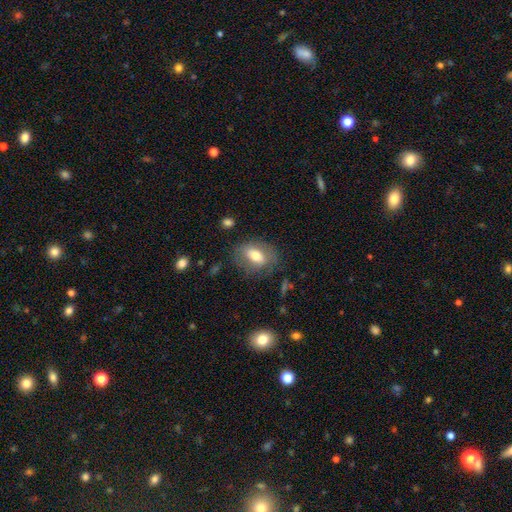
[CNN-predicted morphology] Q: Smooth or featured?
A: smooth (65%); runner-up: featured or disk (27%)
Q: How rounded?
A: in between (76%); runner-up: round (21%)
Q: Merging?
A: none (72%); runner-up: minor disturbance (18%)